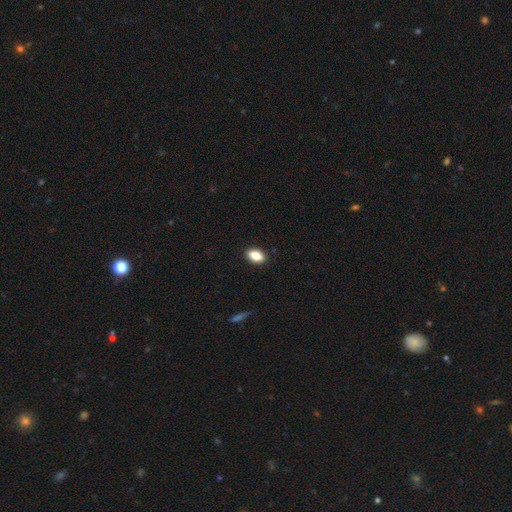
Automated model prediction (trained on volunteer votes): smooth 85%, star or artifact 8%, featured or disk 7%. Down the decision tree: how rounded — in between (89%); merging — none (89%).